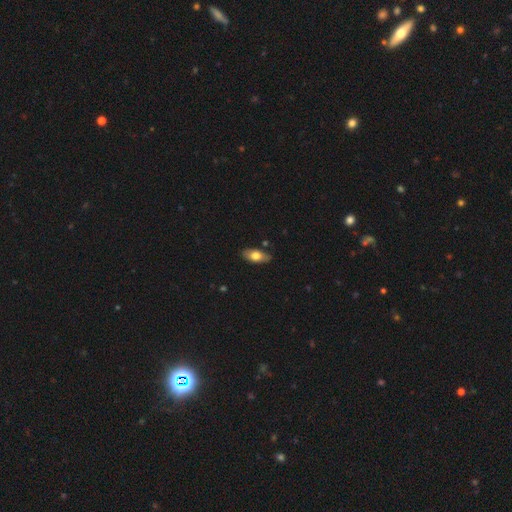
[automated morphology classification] smooth-or-featured: smooth: 71% | featured or disk: 23% | star or artifact: 6%
  how-rounded: in between: 89% | cigar-shaped: 7% | round: 4%
  merging: none: 83% | minor disturbance: 13% | major disturbance: 2% | merger: 1%